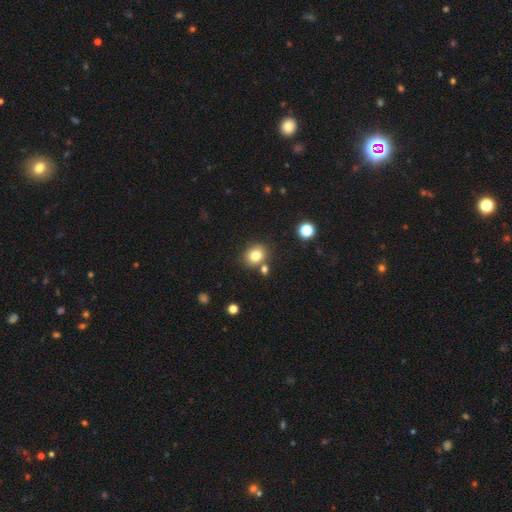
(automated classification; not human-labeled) A smooth galaxy with no disk features (80%) that is round (62%).

Vote fractions:
- Smooth or featured? smooth: 80% / star or artifact: 12% / featured or disk: 8%
- How rounded? round: 62% / in between: 37% / cigar-shaped: 1%
- Merging? none: 75% / merger: 12% / minor disturbance: 10% / major disturbance: 3%